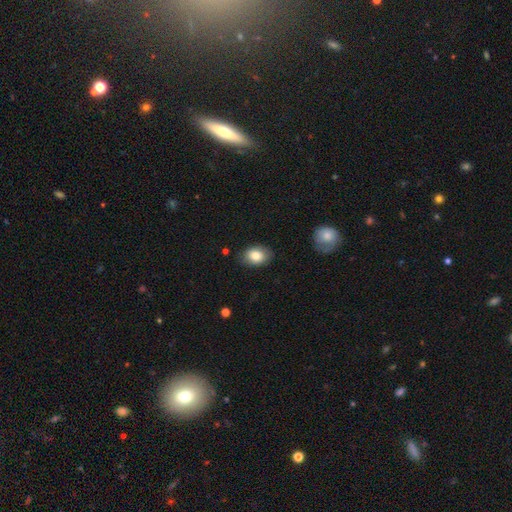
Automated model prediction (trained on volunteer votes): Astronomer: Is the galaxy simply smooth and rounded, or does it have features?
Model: smooth — 82%.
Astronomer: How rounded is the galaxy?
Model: in between — 77%.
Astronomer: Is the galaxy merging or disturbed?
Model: none — 82%.